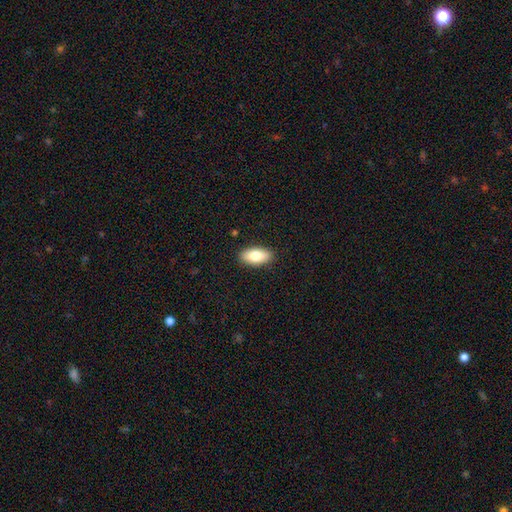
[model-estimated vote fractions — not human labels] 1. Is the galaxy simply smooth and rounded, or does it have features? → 81% smooth, 13% featured or disk, 6% star or artifact.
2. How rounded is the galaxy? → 92% in between, 5% cigar-shaped, 3% round.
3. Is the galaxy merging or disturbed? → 90% none, 8% minor disturbance, 2% major disturbance, 1% merger.